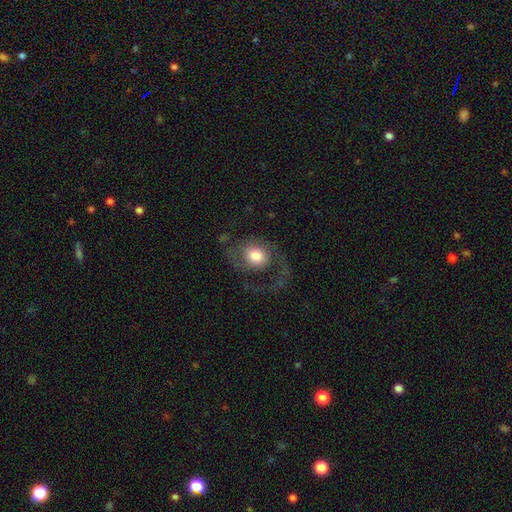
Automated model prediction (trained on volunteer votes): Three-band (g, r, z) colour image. It shows a featured or disk galaxy (50%). Merging: none (43%).